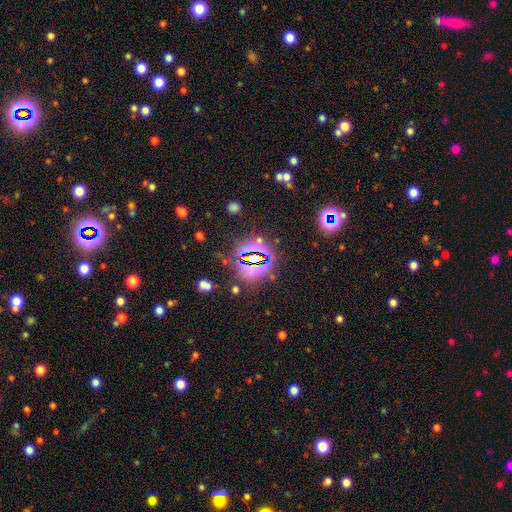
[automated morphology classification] Overall: star or artifact (79%).